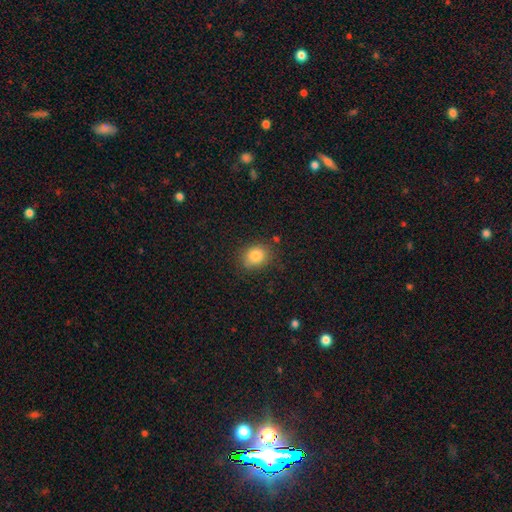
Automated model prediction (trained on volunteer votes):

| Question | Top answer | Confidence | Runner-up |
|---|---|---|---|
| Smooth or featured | smooth | 83% | star or artifact (10%) |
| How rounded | round | 58% | in between (41%) |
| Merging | none | 79% | minor disturbance (15%) |